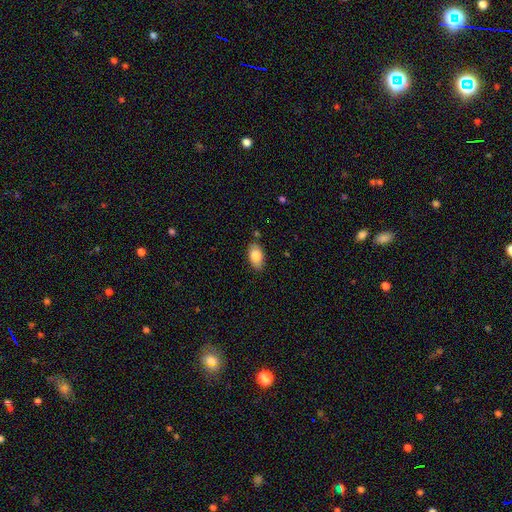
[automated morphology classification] Smooth or featured? smooth (83%)
How rounded? in between (91%)
Merging? none (79%)